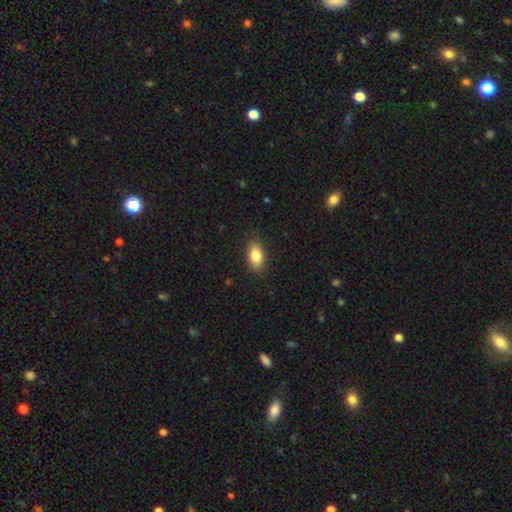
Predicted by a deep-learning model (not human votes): This is clearly a smooth galaxy (84%). How rounded: clearly in between (89%). Merging: clearly none (85%).